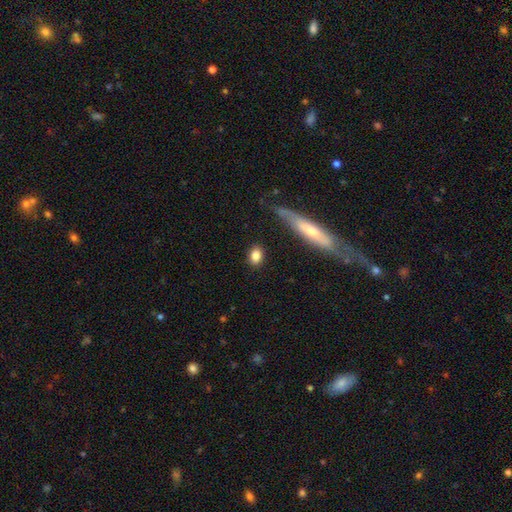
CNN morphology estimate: smooth-or-featured: smooth: 83% | featured or disk: 10% | star or artifact: 7%
  how-rounded: in between: 73% | round: 21% | cigar-shaped: 6%
  merging: none: 85% | minor disturbance: 10% | major disturbance: 3% | merger: 2%